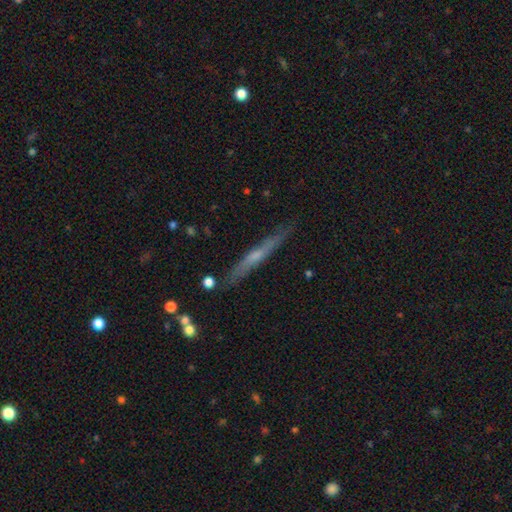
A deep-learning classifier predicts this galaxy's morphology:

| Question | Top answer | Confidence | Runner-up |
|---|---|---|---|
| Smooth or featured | featured or disk | 56% | smooth (37%) |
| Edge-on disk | yes | 94% | no (6%) |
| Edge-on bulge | none | 52% | rounded (42%) |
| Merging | none | 85% | minor disturbance (11%) |